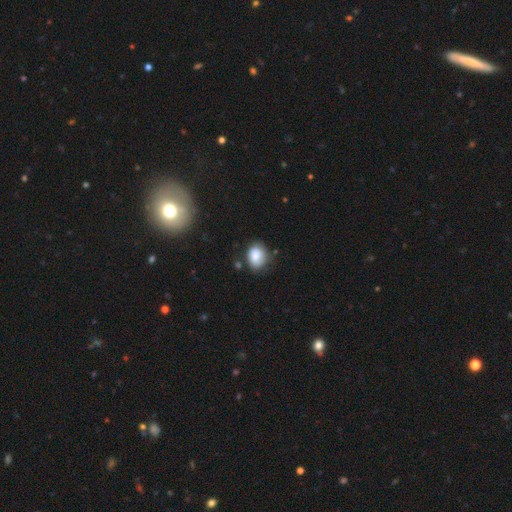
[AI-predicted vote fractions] This appears to be a smooth galaxy with no disk features (76%) that is in between round and cigar-shaped (52%). Merging: none (65%).